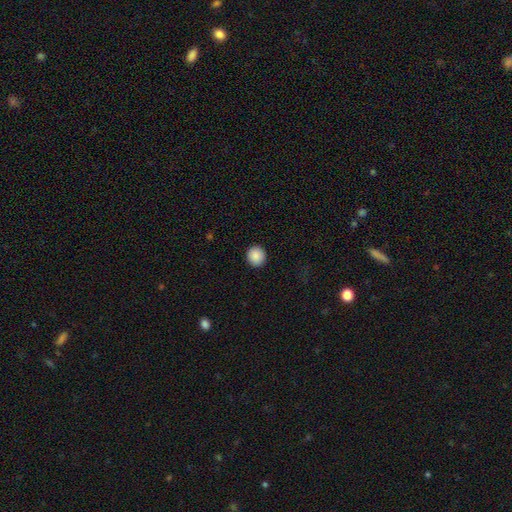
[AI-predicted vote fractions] A smooth galaxy with no disk features (89%) that is round (89%). Merging: none (92%).